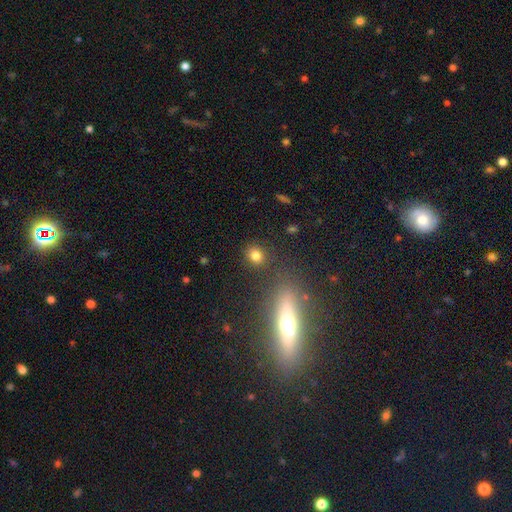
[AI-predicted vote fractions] smooth_or_featured: smooth (p=0.80) [alt: star or artifact p=0.13]
how_rounded: round (p=0.72) [alt: in between p=0.26]
merging: none (p=0.84) [alt: minor disturbance p=0.08]